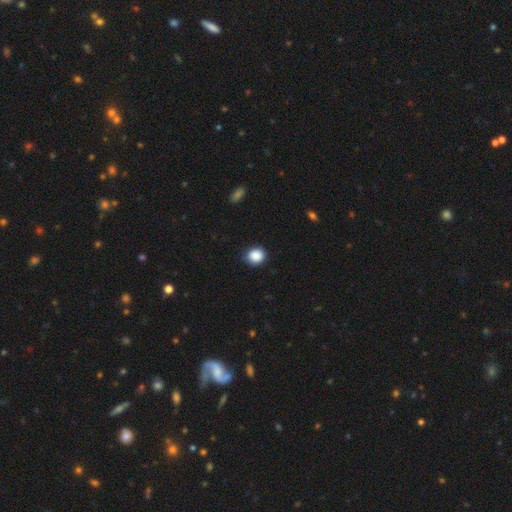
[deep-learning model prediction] This appears to be a smooth galaxy with no disk features (88%) that is round (82%). Merging: none (84%).